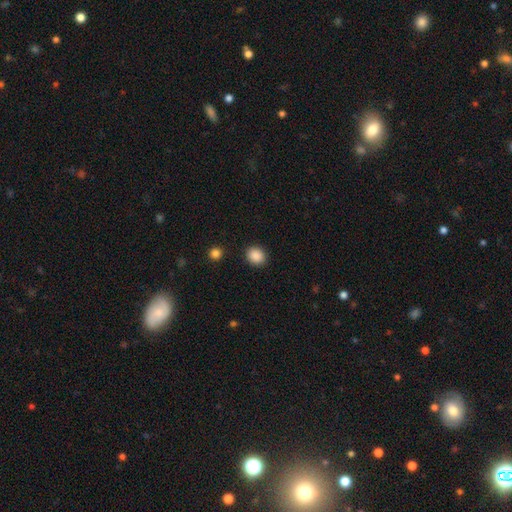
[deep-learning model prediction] Smooth or featured?
  - smooth: 88% *
  - star or artifact: 9%
  - featured or disk: 3%
How rounded?
  - round: 72% *
  - in between: 27%
  - cigar-shaped: 1%
Merging?
  - none: 90% *
  - minor disturbance: 6%
  - major disturbance: 2%
  - merger: 2%